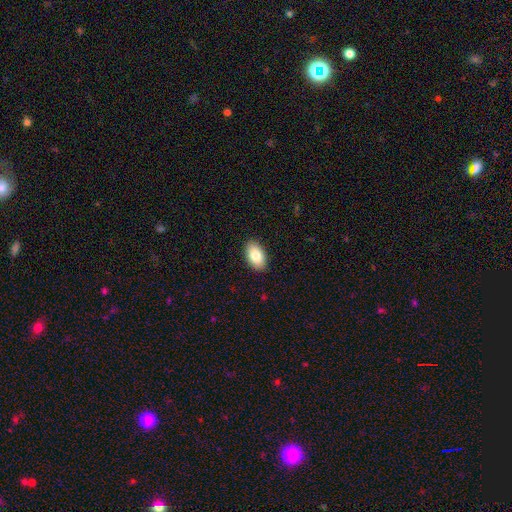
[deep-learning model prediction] Smooth or featured? smooth (85%)
How rounded? in between (94%)
Merging? none (90%)